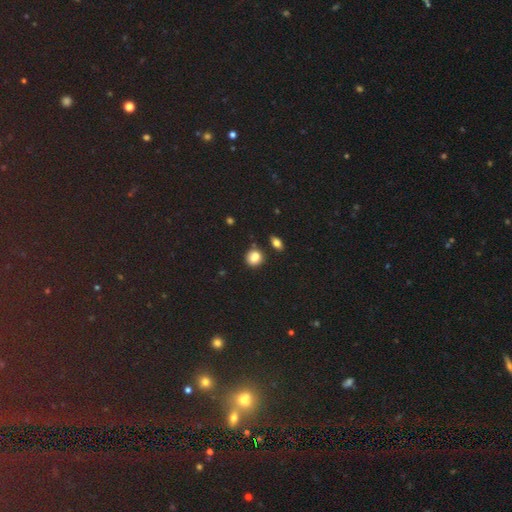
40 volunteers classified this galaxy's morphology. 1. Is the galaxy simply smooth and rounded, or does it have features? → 82% smooth, 10% featured or disk, 8% star or artifact.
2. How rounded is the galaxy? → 88% round, 12% in between, 0% cigar-shaped.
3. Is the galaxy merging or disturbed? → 84% none, 11% merger, 5% minor disturbance, 0% major disturbance.